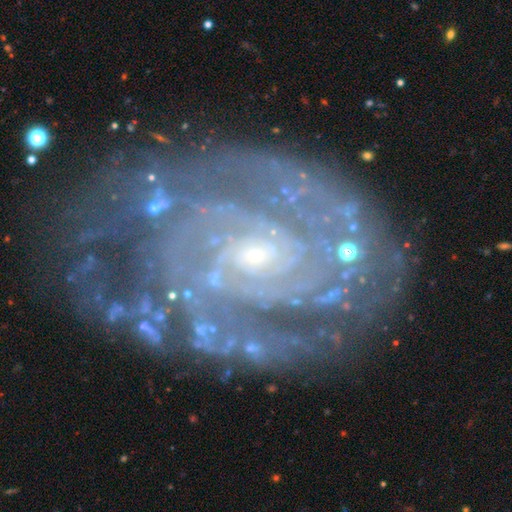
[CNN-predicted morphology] type=featured or disk (90%); edge-on=no (97%); bar=no (58%); spiral arms=yes (97%); winding=tight (74%); arm count=2 (30%); bulge=small (75%); merging=none (68%).